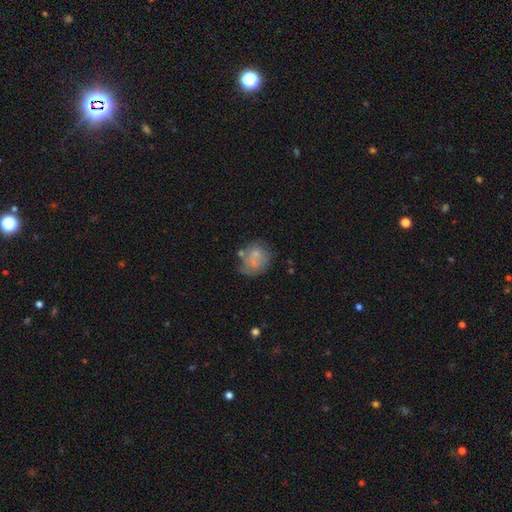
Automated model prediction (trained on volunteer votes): smooth_or_featured: smooth (p=0.62) [alt: featured or disk p=0.28]
how_rounded: round (p=0.68) [alt: in between p=0.31]
merging: none (p=0.44) [alt: minor disturbance p=0.26]